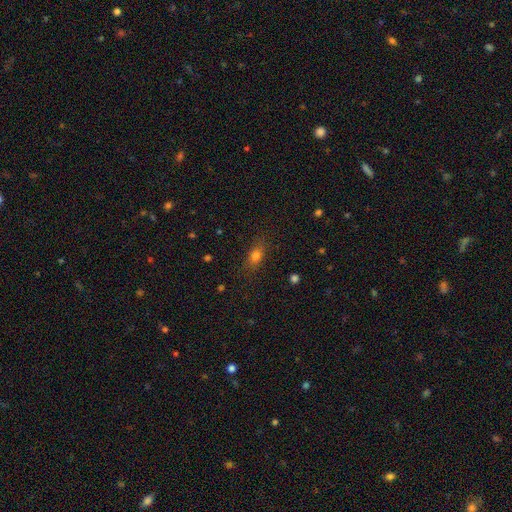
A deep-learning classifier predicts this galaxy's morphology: smooth_or_featured: smooth (p=0.77) [alt: star or artifact p=0.13]
how_rounded: in between (p=0.71) [alt: round p=0.17]
merging: none (p=0.81) [alt: minor disturbance p=0.13]